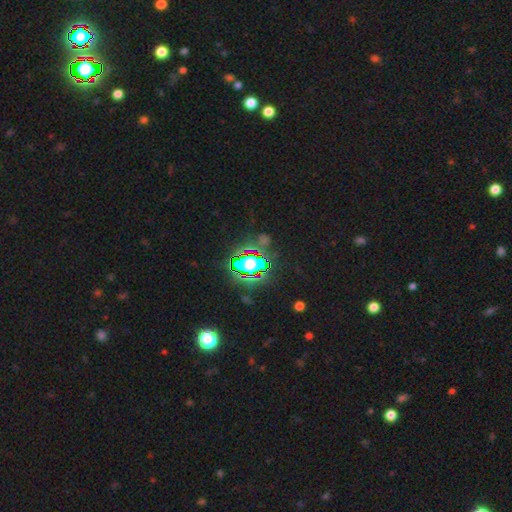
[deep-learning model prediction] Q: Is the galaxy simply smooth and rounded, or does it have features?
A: star or artifact — 79%.